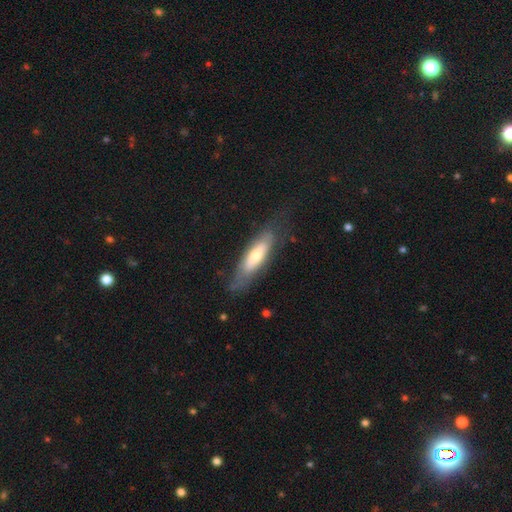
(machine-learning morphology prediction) Overall: smooth (49%; featured or disk 45%). Merging: none (67%).